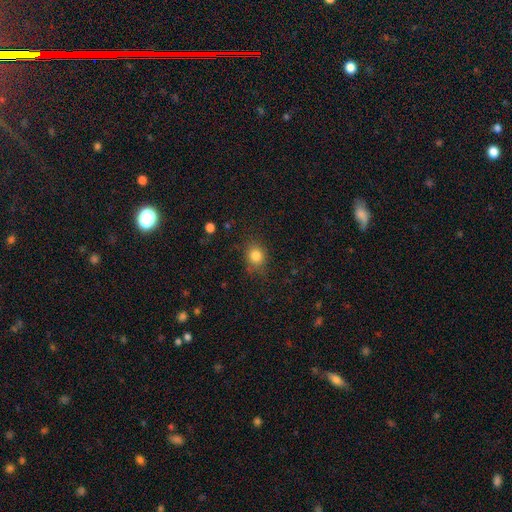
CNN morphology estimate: smooth 82%, star or artifact 12%, featured or disk 6%. Down the decision tree: how rounded — round (68%); merging — none (79%).